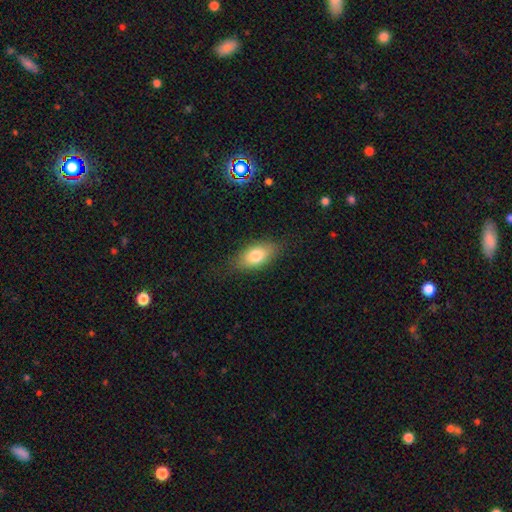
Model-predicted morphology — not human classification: Smooth or featured: smooth — 78% (featured or disk — 15%)
How rounded: in between — 86% (cigar-shaped — 7%)
Merging: none — 80% (minor disturbance — 15%)